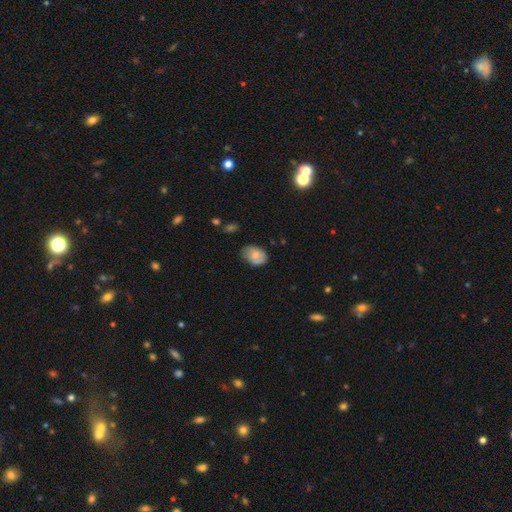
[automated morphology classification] Smooth or featured: smooth — 68% (featured or disk — 25%)
How rounded: in between — 76% (round — 23%)
Merging: none — 62% (minor disturbance — 30%)